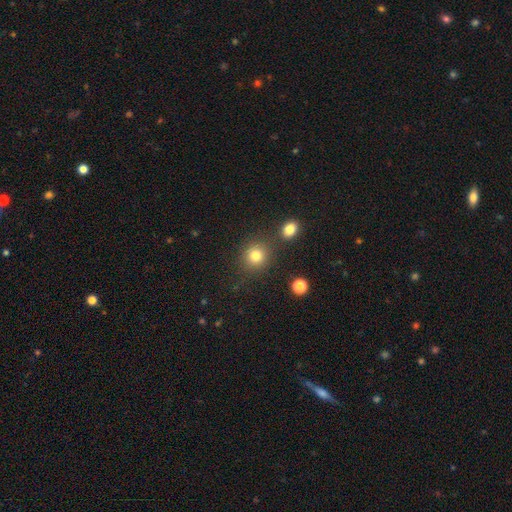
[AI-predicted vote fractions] This is clearly a smooth galaxy (81%). How rounded: clearly round (86%). Merging: likely none (79%).